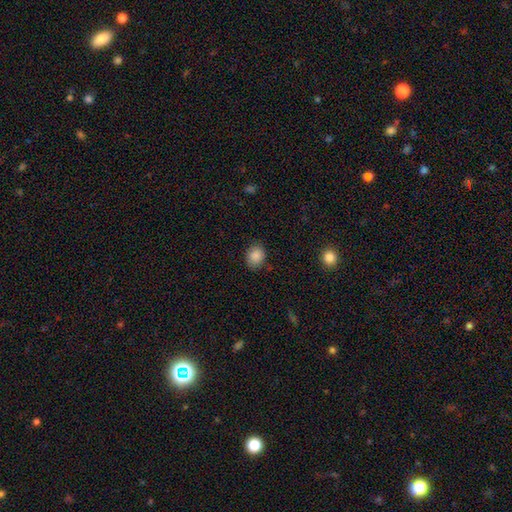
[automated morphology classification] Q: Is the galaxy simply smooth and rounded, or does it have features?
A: smooth — 87%.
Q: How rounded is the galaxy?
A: round — 55%.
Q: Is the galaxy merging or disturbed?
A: none — 82%.